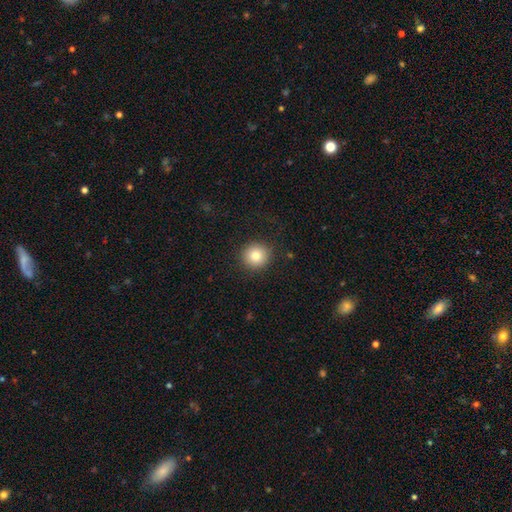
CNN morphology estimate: Smooth or featured? Predicted: smooth (p=0.82). How rounded? Predicted: round (p=0.93). Merging? Predicted: none (p=0.90).